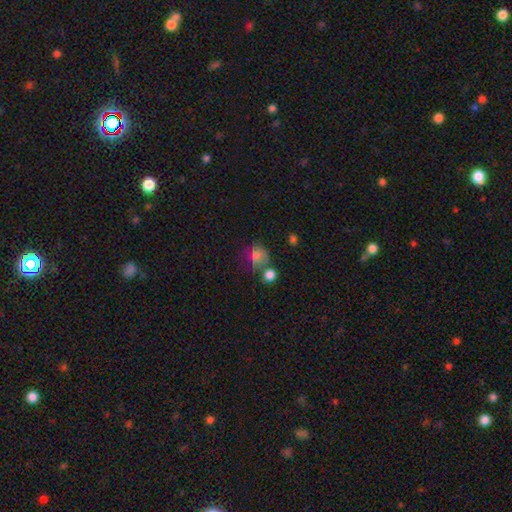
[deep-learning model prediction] Smooth or featured? smooth (72%)
How rounded? round (66%)
Merging? none (43%)